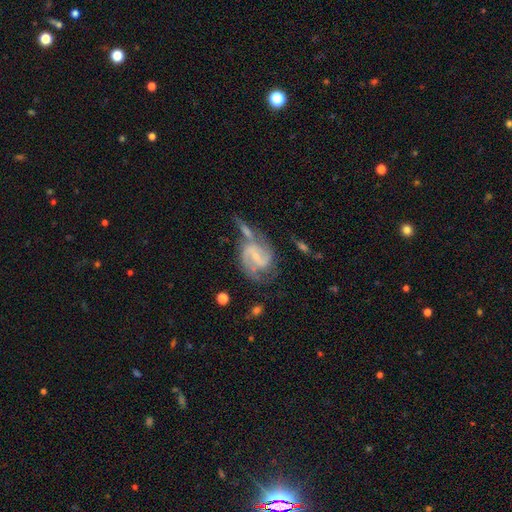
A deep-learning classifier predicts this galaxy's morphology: Smooth or featured: featured or disk — 86% (smooth — 8%)
Edge-on disk: no — 97% (yes — 3%)
Bar: weak — 53% (no — 27%)
Spiral arms: yes — 95% (no — 5%)
Spiral winding: medium — 53% (tight — 26%)
Spiral arm count: 2 — 83% (can't tell — 7%)
Bulge size: small — 68% (moderate — 20%)
Merging: none — 37% (merger — 29%)